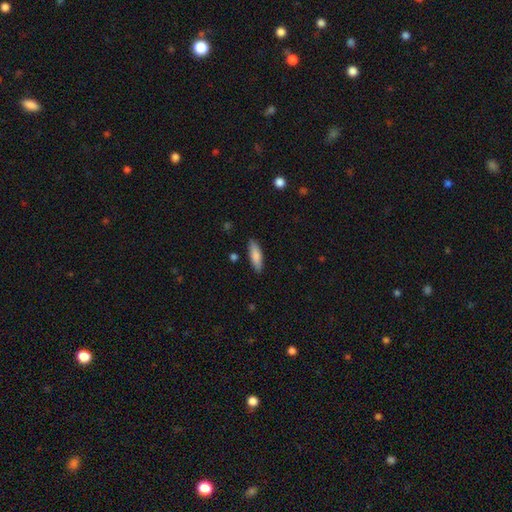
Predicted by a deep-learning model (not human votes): Morphology: type=smooth (84%); roundness=in between (49%, tied with cigar-shaped); merging=none (87%).